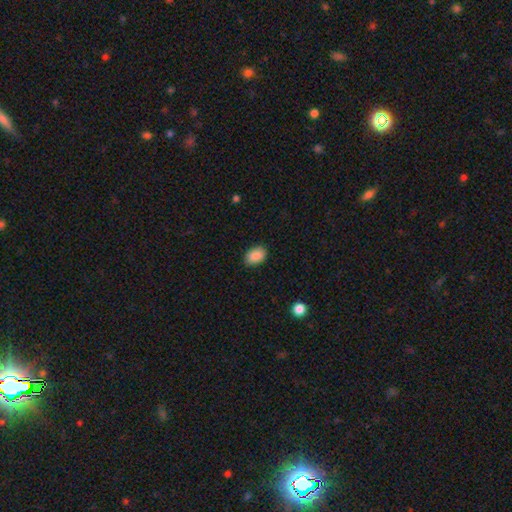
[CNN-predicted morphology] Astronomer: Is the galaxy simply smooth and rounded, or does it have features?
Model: smooth — 89%.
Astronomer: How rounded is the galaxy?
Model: in between — 84%.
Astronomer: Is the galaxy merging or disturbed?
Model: none — 87%.